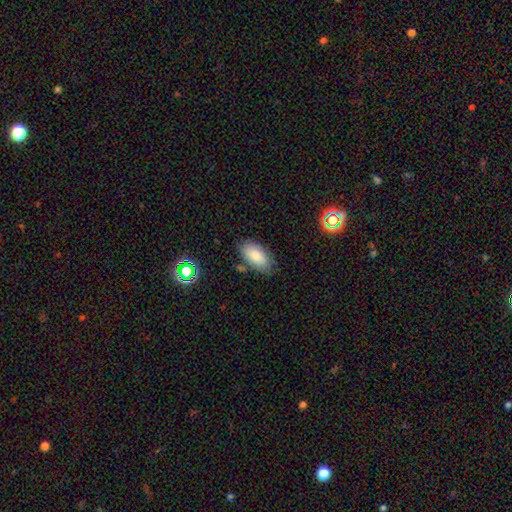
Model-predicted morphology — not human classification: This appears to be a smooth galaxy with no disk features (84%) that is in between round and cigar-shaped (94%). Merging: none (76%).